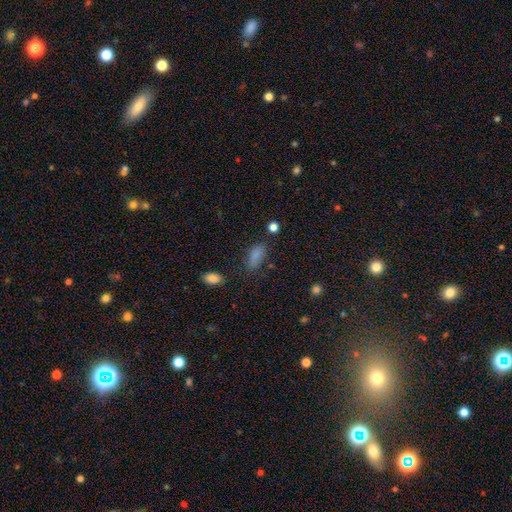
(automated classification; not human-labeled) Morphology: type=smooth (82%); roundness=in between (87%); merging=none (69%).